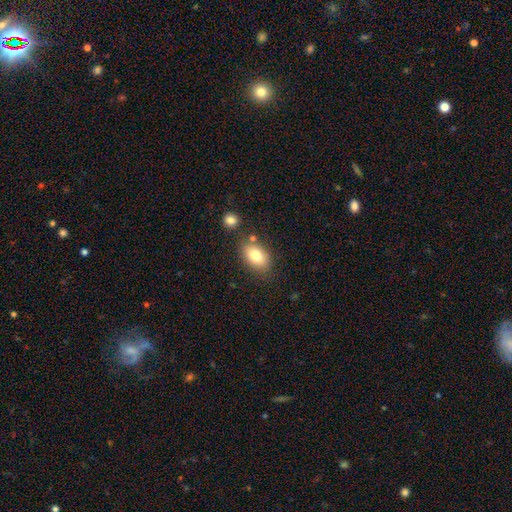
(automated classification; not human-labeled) smooth 80%, featured or disk 12%, star or artifact 8%. Down the decision tree: how rounded — in between (87%); merging — none (75%).